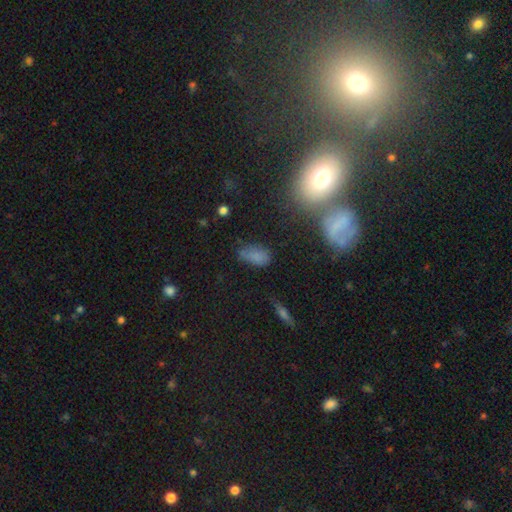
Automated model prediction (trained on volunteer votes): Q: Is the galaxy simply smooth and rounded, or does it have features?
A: smooth — 70%.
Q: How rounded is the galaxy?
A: in between — 89%.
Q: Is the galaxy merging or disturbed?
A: none — 52%.